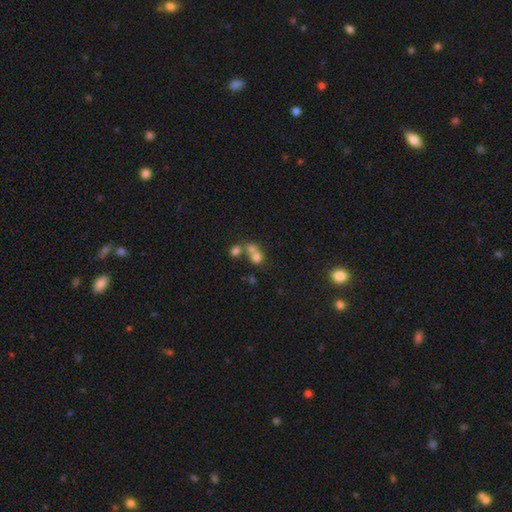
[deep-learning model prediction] A smooth galaxy with no disk features (65%) that is round (73%). Merging: merger (60%).